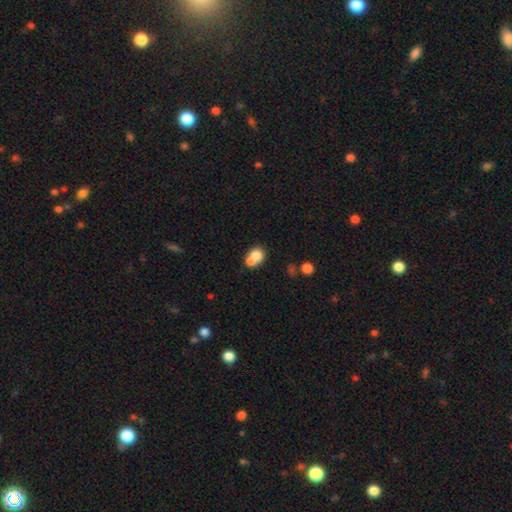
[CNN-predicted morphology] This appears to be a smooth galaxy with no disk features (71%) that is round (64%). Merging: merger (63%).